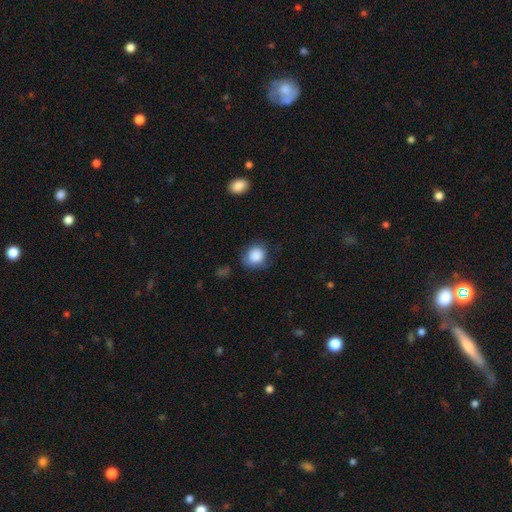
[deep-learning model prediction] Q: Smooth or featured?
A: smooth (86%); runner-up: star or artifact (8%)
Q: How rounded?
A: round (74%); runner-up: in between (25%)
Q: Merging?
A: none (62%); runner-up: minor disturbance (26%)